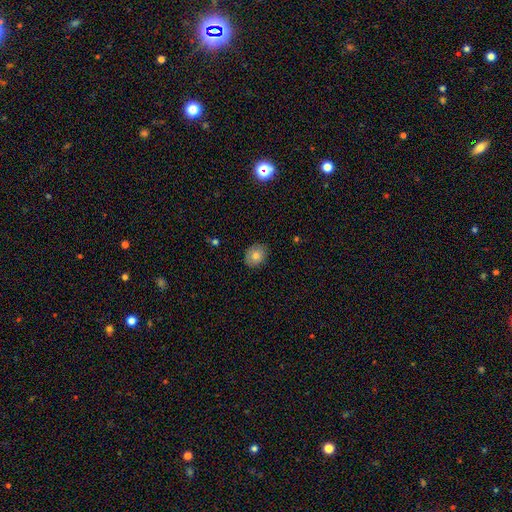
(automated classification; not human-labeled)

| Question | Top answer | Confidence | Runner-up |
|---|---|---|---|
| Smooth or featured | smooth | 79% | featured or disk (12%) |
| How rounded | round | 52% | in between (47%) |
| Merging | none | 84% | minor disturbance (13%) |